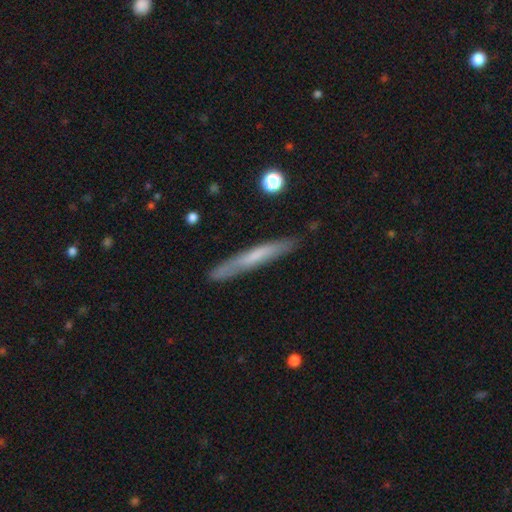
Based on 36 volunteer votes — Smooth or featured: smooth — 56% (featured or disk — 44%)
How rounded: cigar-shaped — 85% (round — 10%)
Merging: none — 86% (minor disturbance — 11%)